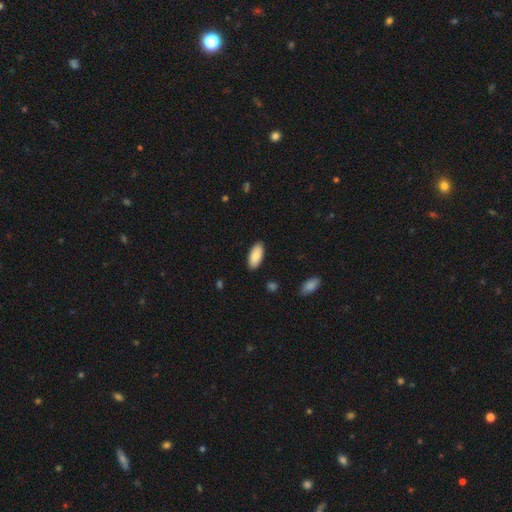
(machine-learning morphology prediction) Q: Smooth or featured?
A: smooth (85%); runner-up: featured or disk (9%)
Q: How rounded?
A: in between (92%); runner-up: cigar-shaped (7%)
Q: Merging?
A: none (88%); runner-up: minor disturbance (9%)